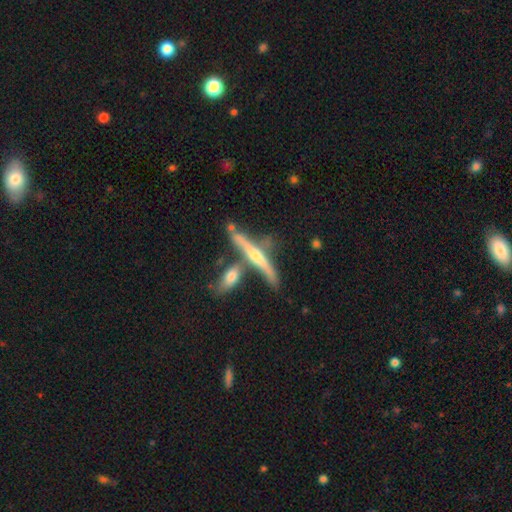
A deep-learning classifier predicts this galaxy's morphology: This appears to be a featured or disk galaxy (70%) viewed edge-on (95%) with a rounded central bulge (78%). Merging: none (60%).